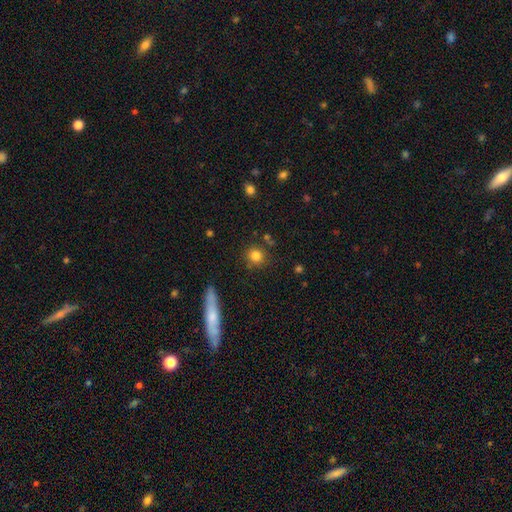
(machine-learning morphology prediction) smooth 82%, star or artifact 11%, featured or disk 7%. Down the decision tree: how rounded — round (86%); merging — none (83%).